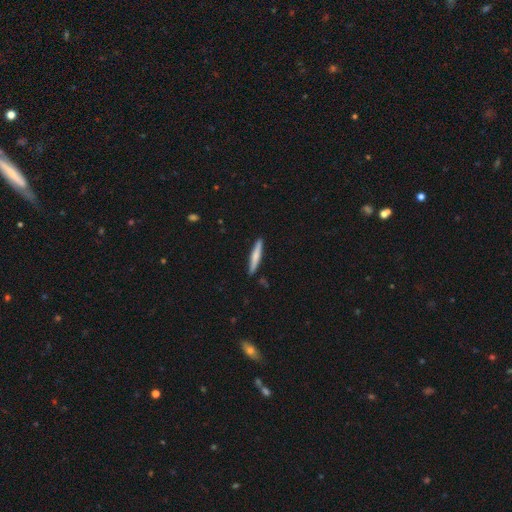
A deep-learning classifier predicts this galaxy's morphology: Smooth or featured: smooth — 65% (featured or disk — 29%)
How rounded: cigar-shaped — 94% (in between — 5%)
Merging: none — 89% (minor disturbance — 8%)